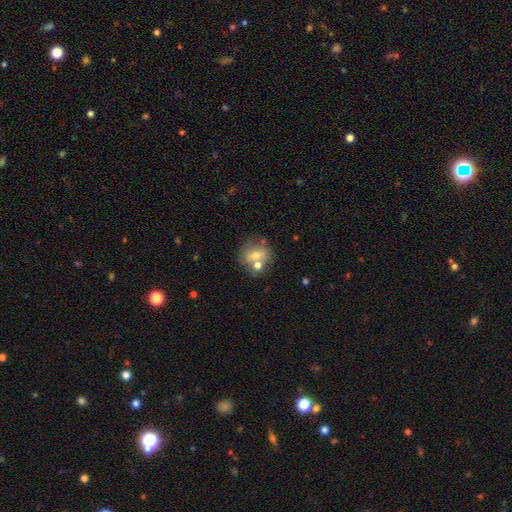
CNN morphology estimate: This appears to be a smooth galaxy with no disk features (61%) that is round (65%). Merging: none (57%).